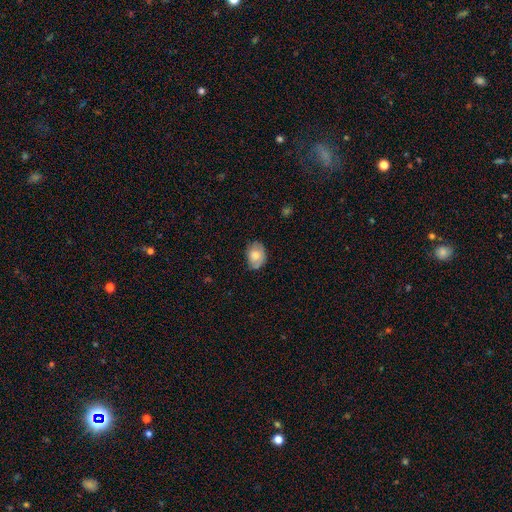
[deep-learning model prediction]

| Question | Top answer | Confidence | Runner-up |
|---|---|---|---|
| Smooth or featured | smooth | 73% | featured or disk (20%) |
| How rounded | in between | 67% | round (32%) |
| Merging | none | 64% | minor disturbance (28%) |